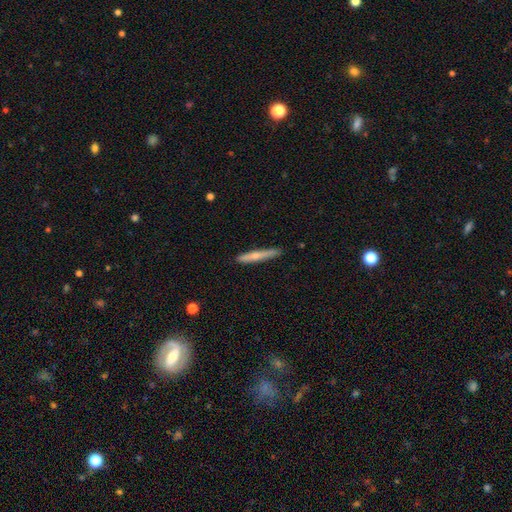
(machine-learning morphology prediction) Smooth or featured: smooth — 59% (featured or disk — 36%)
How rounded: cigar-shaped — 95% (in between — 3%)
Merging: none — 87% (minor disturbance — 10%)